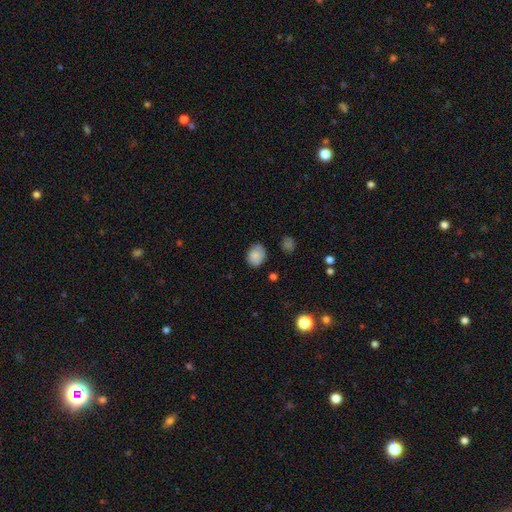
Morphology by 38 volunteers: This appears to be a smooth galaxy with no disk features (95%) that is in between round and cigar-shaped (72%). Merging: none (83%).